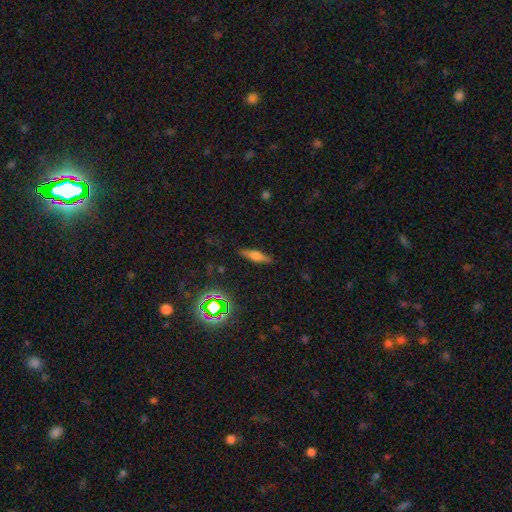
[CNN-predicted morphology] This is possibly a smooth galaxy (47%). Merging: clearly none (87%).